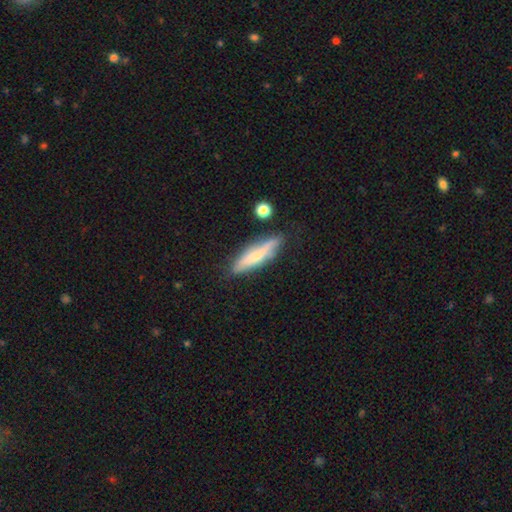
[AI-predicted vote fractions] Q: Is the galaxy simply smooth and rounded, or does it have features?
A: smooth — 57%.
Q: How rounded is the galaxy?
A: cigar-shaped — 77%.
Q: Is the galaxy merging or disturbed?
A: none — 75%.